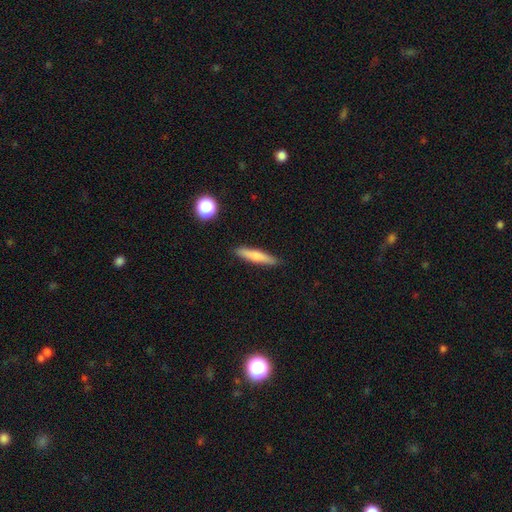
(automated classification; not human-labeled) This appears to be a smooth galaxy with no disk features (70%) that is cigar-shaped (89%). Merging: none (89%).